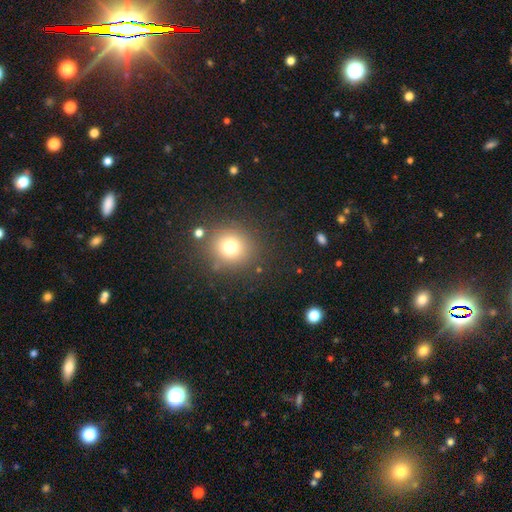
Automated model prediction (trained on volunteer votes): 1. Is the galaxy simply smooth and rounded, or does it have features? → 49% smooth, 43% star or artifact, 8% featured or disk.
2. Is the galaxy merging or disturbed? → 89% none, 6% minor disturbance, 3% major disturbance, 2% merger.